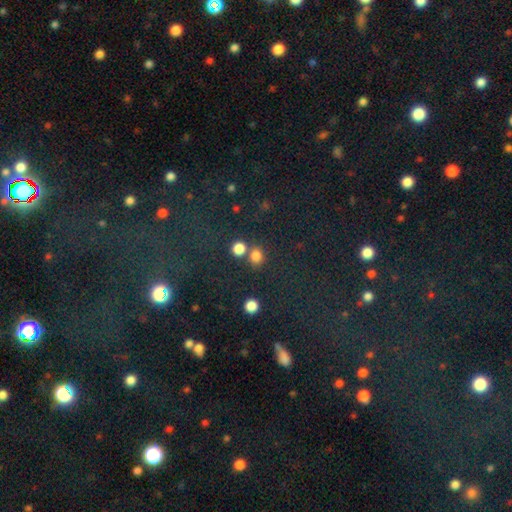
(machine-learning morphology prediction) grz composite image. It shows a smooth galaxy with no disk features (79%) that is round (69%). Merging: none (61%).